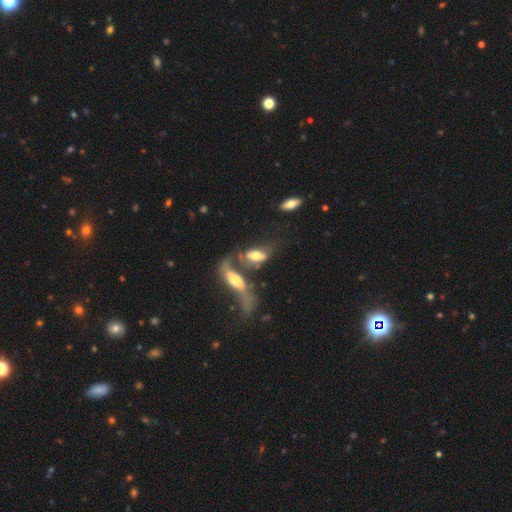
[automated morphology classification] Smooth or featured? Predicted: featured or disk (p=0.47). Merging? Predicted: merger (p=0.60).